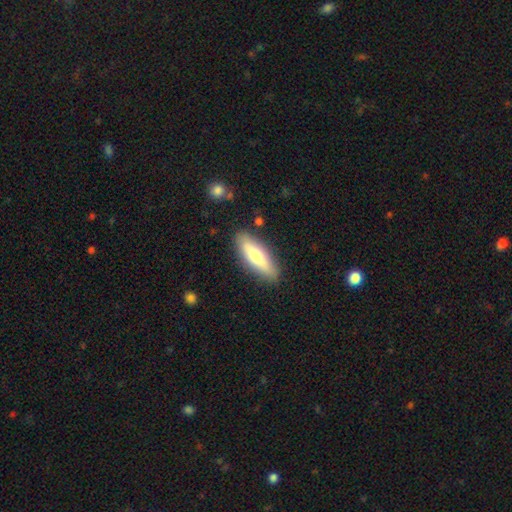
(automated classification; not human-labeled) This appears to be a smooth galaxy with no disk features (70%) that is cigar-shaped (54%). Merging: none (87%).